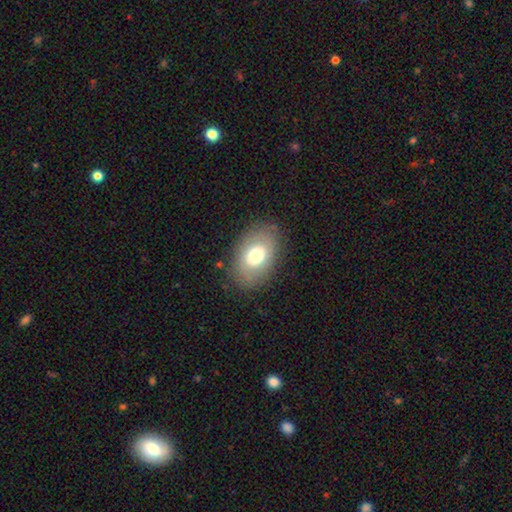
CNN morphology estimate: Overall: smooth (68%). How rounded: in between (83%). Merging: none (82%).